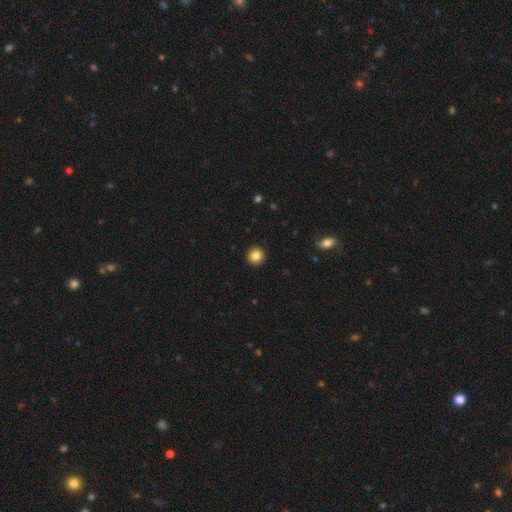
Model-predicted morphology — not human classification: This is clearly a smooth galaxy (85%). How rounded: clearly round (93%). Merging: clearly none (93%).